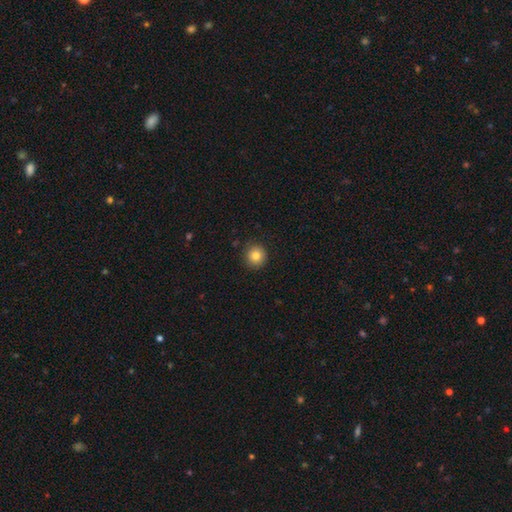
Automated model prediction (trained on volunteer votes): Smooth or featured? Predicted: smooth (p=0.83). How rounded? Predicted: round (p=0.93). Merging? Predicted: none (p=0.90).